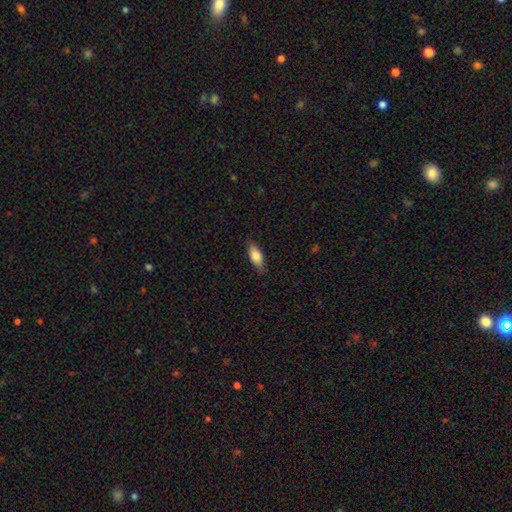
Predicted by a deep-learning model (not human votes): A smooth galaxy with no disk features (80%) that is in between round and cigar-shaped (83%).

Vote fractions:
- Smooth or featured? smooth: 80% / featured or disk: 13% / star or artifact: 7%
- How rounded? in between: 83% / cigar-shaped: 15% / round: 3%
- Merging? none: 84% / minor disturbance: 13% / major disturbance: 2% / merger: 1%